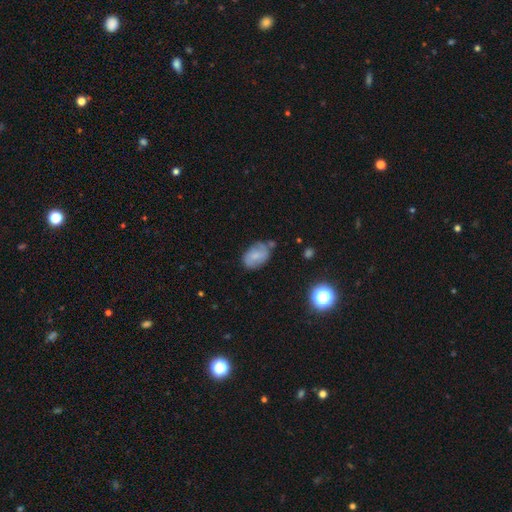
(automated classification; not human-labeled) Q: Smooth or featured?
A: smooth (62%); runner-up: featured or disk (29%)
Q: How rounded?
A: in between (86%); runner-up: round (12%)
Q: Merging?
A: none (60%); runner-up: minor disturbance (26%)